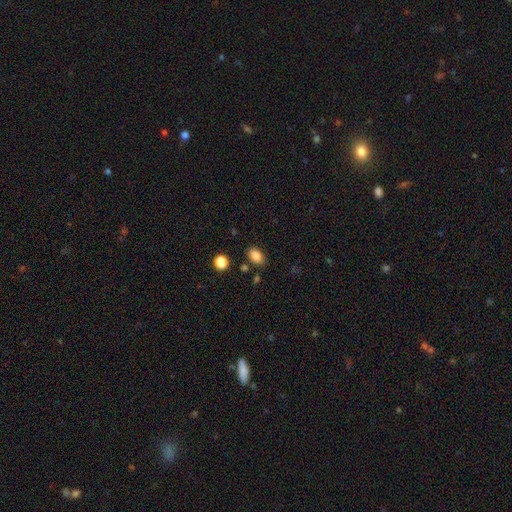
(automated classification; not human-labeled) Morphology: type=smooth (85%); roundness=in between (84%); merging=none (81%).